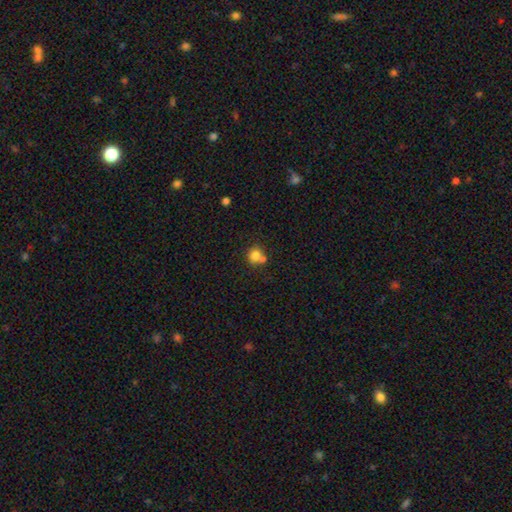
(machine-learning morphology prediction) The model was most divided on "merging": none: 50%, merger: 36%, minor disturbance: 10%, major disturbance: 4%. More confident: smooth or featured — smooth (80%); how rounded — round (77%).